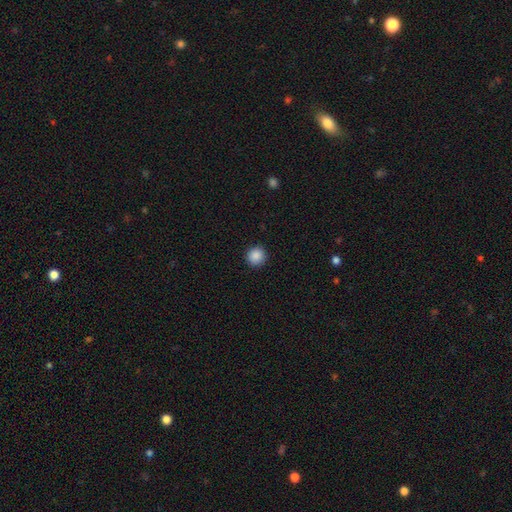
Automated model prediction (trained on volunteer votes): The model was most divided on "smooth or featured": smooth: 88%, star or artifact: 9%, featured or disk: 3%. More confident: how rounded — round (93%); merging — none (92%).